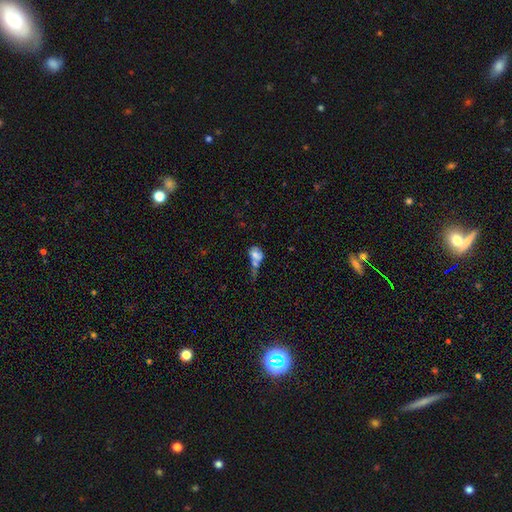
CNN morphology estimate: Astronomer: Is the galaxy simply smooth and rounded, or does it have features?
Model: smooth — 60%.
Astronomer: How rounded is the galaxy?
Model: in between — 64%.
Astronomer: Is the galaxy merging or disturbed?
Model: merger — 46% (runner-up: major disturbance, 22%).